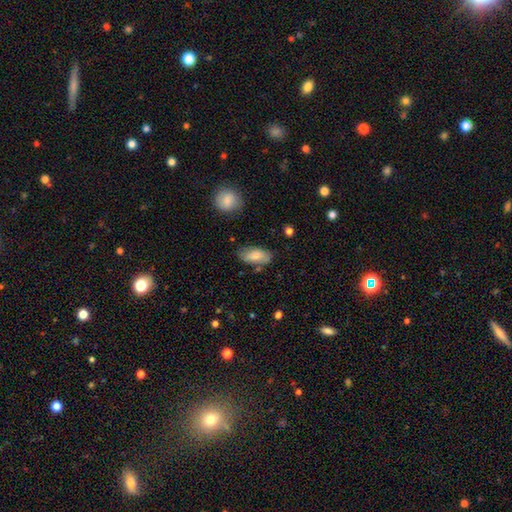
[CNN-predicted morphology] A smooth galaxy with no disk features (79%) that is in between round and cigar-shaped (90%).

Vote fractions:
- Smooth or featured? smooth: 79% / featured or disk: 14% / star or artifact: 6%
- How rounded? in between: 90% / cigar-shaped: 7% / round: 3%
- Merging? none: 73% / minor disturbance: 19% / major disturbance: 4% / merger: 4%